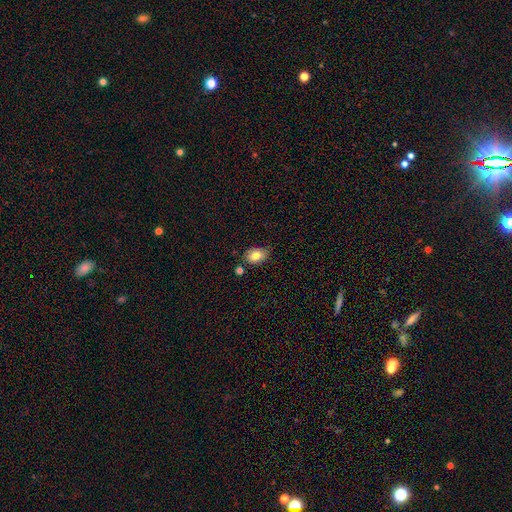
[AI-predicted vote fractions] Q: Smooth or featured?
A: smooth (82%); runner-up: featured or disk (10%)
Q: How rounded?
A: in between (78%); runner-up: round (21%)
Q: Merging?
A: none (73%); runner-up: minor disturbance (17%)